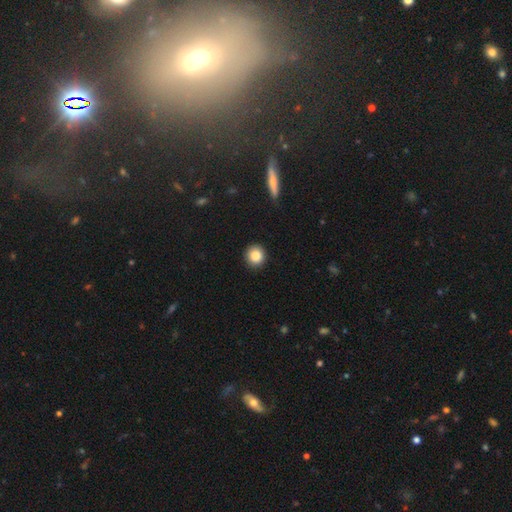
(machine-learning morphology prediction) smooth 86%, star or artifact 9%, featured or disk 5%. Down the decision tree: how rounded — round (92%); merging — none (91%).